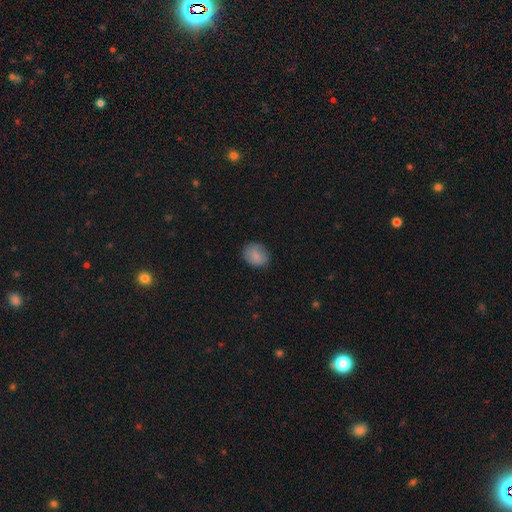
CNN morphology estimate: Smooth or featured? Predicted: smooth (p=0.84). How rounded? Predicted: round (p=0.51). Merging? Predicted: none (p=0.82).